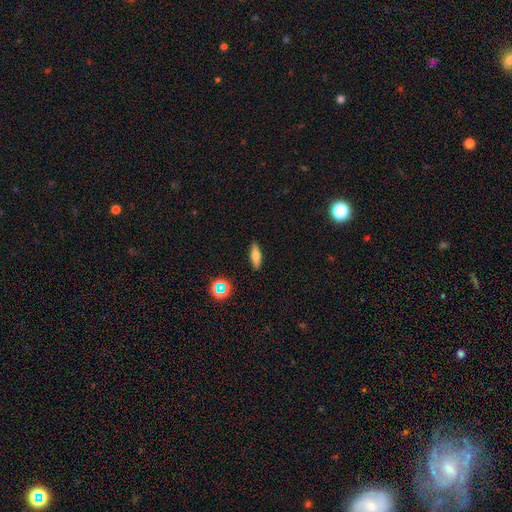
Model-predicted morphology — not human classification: smooth_or_featured: smooth (p=0.65) [alt: featured or disk p=0.24]
how_rounded: in between (p=0.51) [alt: cigar-shaped p=0.46]
merging: none (p=0.89) [alt: minor disturbance p=0.08]